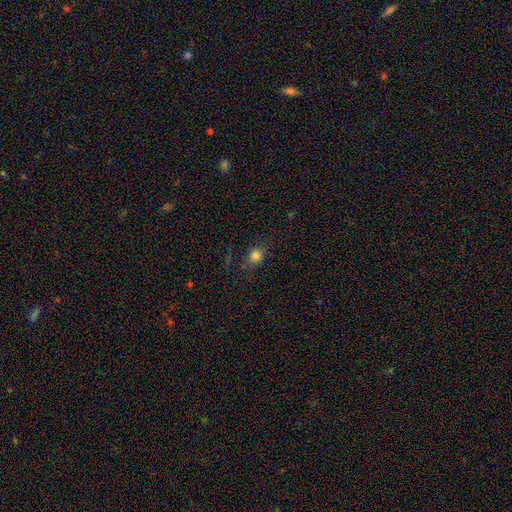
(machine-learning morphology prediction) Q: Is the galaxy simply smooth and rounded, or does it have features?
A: smooth — 79%.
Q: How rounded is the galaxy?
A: round — 60%.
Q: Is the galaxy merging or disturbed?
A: none — 78%.